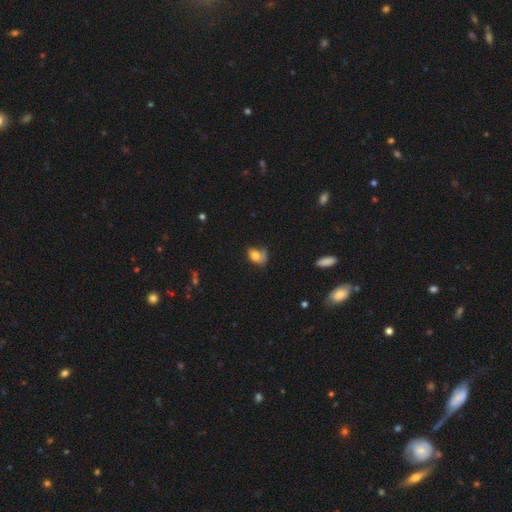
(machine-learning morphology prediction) smooth 74%, featured or disk 16%, star or artifact 10%. Down the decision tree: how rounded — in between (71%); merging — none (39%).